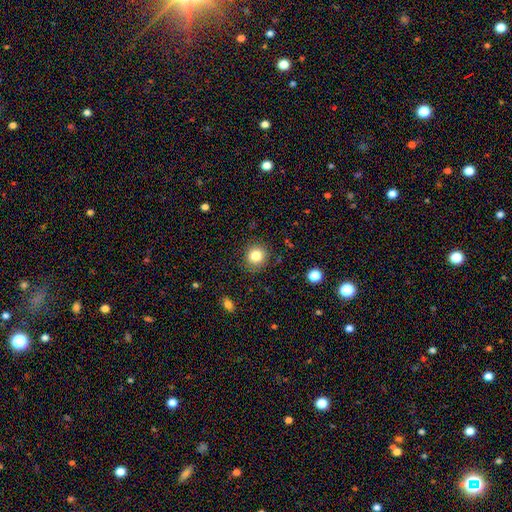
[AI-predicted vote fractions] Smooth or featured: smooth — 82% (star or artifact — 11%)
How rounded: round — 89% (in between — 10%)
Merging: none — 87% (minor disturbance — 9%)